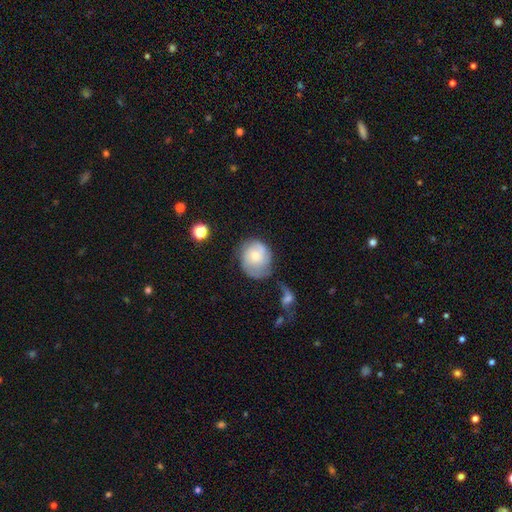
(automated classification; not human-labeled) This appears to be a featured or disk galaxy (53%) with no bar (72%), spiral arms (83%) and a moderate central bulge (50%). Merging: none (48%).